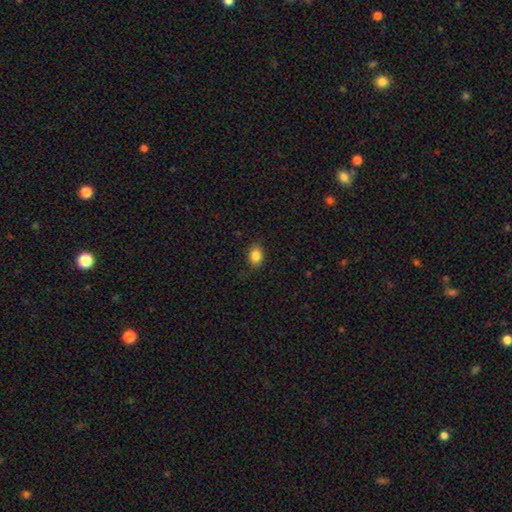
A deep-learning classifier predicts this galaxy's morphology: A smooth galaxy with no disk features (85%) that is in between round and cigar-shaped (68%).

Vote fractions:
- Smooth or featured? smooth: 85% / star or artifact: 9% / featured or disk: 6%
- How rounded? in between: 68% / round: 31% / cigar-shaped: 1%
- Merging? none: 85% / minor disturbance: 11% / major disturbance: 3% / merger: 1%